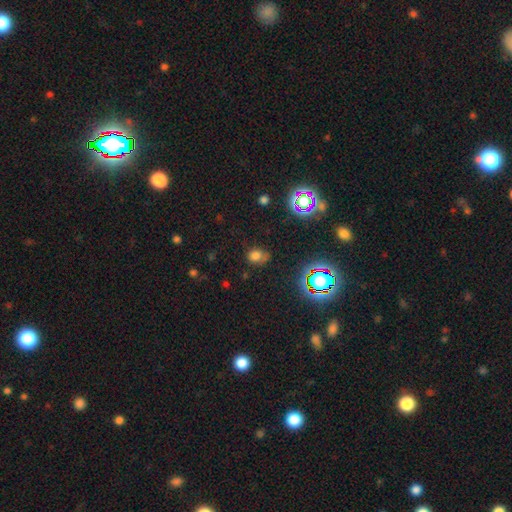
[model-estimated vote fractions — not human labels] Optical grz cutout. It shows a smooth galaxy with no disk features (68%) that is round (55%). Merging: none (63%).